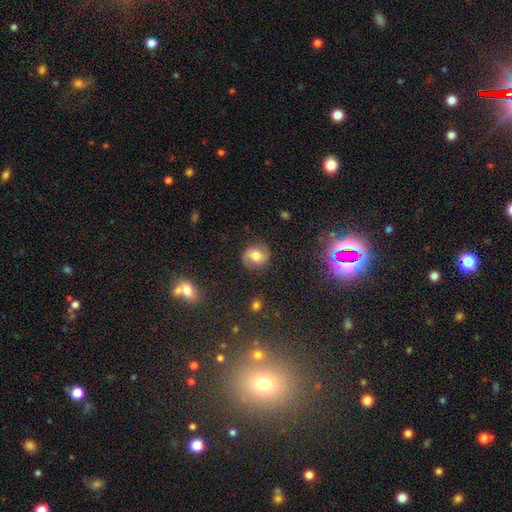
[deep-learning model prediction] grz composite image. It shows a smooth galaxy with no disk features (47%). Merging: none (64%).